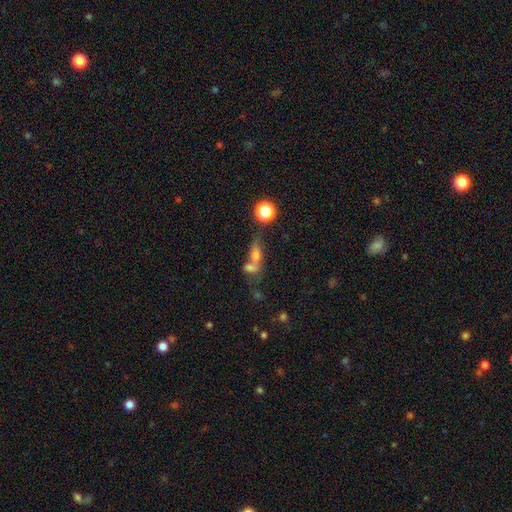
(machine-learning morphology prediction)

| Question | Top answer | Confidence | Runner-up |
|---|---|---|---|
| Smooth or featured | smooth | 52% | featured or disk (28%) |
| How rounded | in between | 51% | round (30%) |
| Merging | merger | 56% | none (27%) |